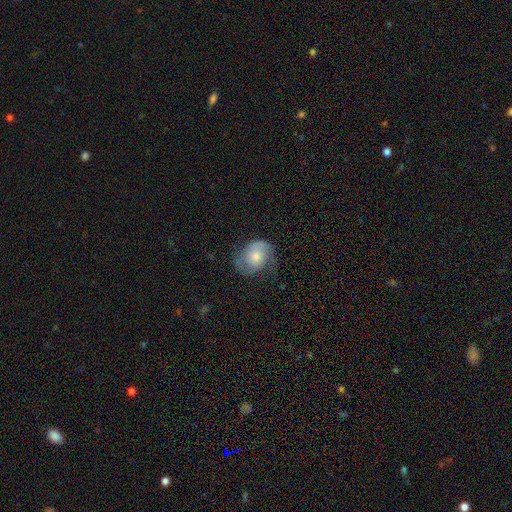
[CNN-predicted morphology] This is possibly a featured or disk galaxy (54%). It is clearly not viewed edge-on (97%). Bar: likely no (77%). Spiral arm pattern: clearly yes (84%). Central bulge: possibly moderate (55%). Merging: possibly none (53%).